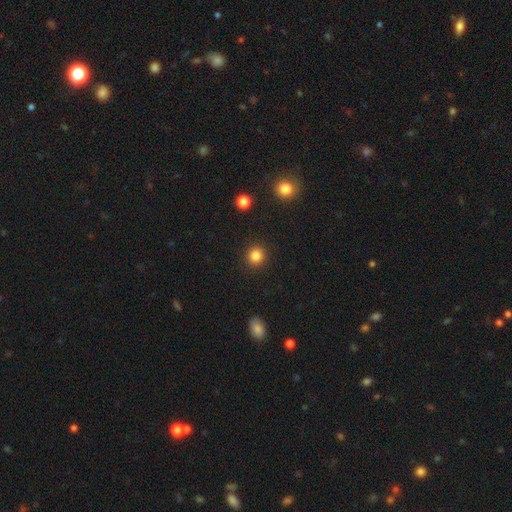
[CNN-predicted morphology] Overall: smooth (85%). How rounded: round (91%). Merging: none (91%).